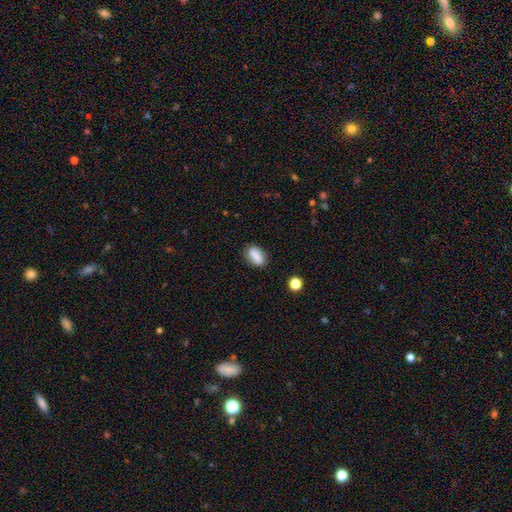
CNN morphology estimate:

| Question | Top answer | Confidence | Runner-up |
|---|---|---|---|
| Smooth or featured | smooth | 81% | featured or disk (11%) |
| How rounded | in between | 83% | cigar-shaped (9%) |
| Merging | none | 77% | minor disturbance (16%) |